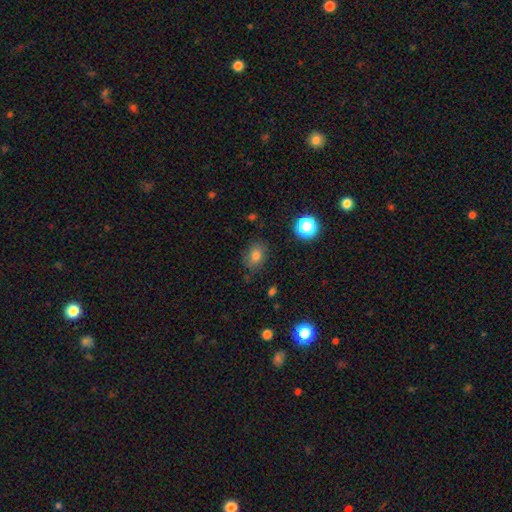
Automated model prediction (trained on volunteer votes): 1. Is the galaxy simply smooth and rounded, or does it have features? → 79% smooth, 13% star or artifact, 8% featured or disk.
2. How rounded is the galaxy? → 60% in between, 39% round, 1% cigar-shaped.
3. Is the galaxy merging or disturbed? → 80% none, 15% minor disturbance, 4% major disturbance, 2% merger.